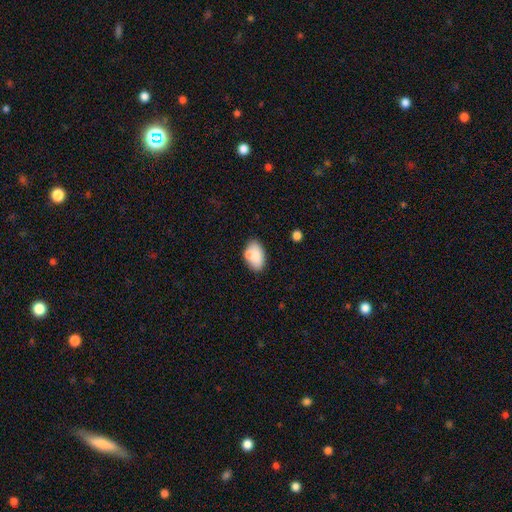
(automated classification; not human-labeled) Smooth or featured? smooth (81%)
How rounded? in between (92%)
Merging? none (64%)